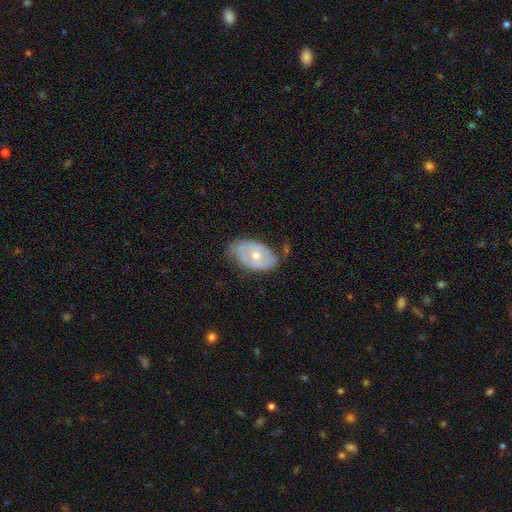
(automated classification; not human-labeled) This appears to be a featured or disk galaxy (58%) with no bar (79%), no spiral arms (59%) and a moderate central bulge (62%). Merging: none (54%).